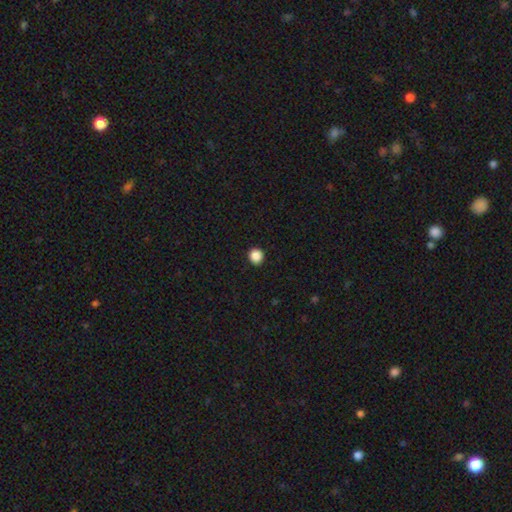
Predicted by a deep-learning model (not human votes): This is clearly a smooth galaxy (88%). How rounded: clearly round (91%). Merging: clearly none (93%).